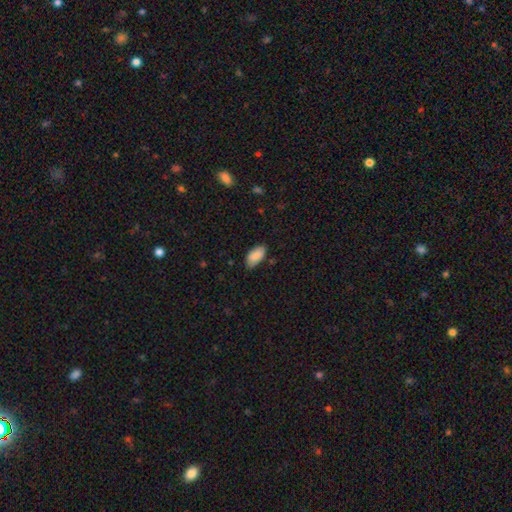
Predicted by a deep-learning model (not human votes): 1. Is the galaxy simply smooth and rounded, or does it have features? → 88% smooth, 7% star or artifact, 6% featured or disk.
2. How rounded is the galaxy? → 93% in between, 4% cigar-shaped, 2% round.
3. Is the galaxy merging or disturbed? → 73% none, 22% minor disturbance, 4% major disturbance, 2% merger.